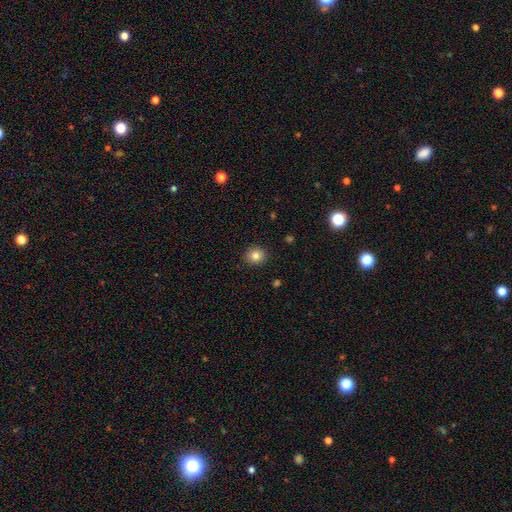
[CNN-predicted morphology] Smooth or featured? smooth (82%)
How rounded? round (81%)
Merging? none (91%)